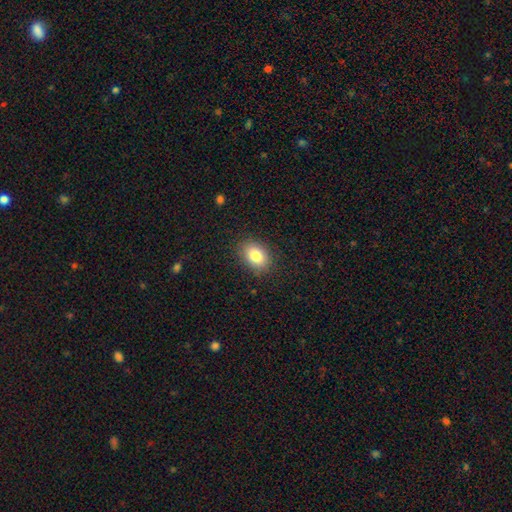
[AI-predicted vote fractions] smooth_or_featured: smooth (p=0.83) [alt: star or artifact p=0.09]
how_rounded: in between (p=0.75) [alt: round p=0.24]
merging: none (p=0.87) [alt: minor disturbance p=0.09]